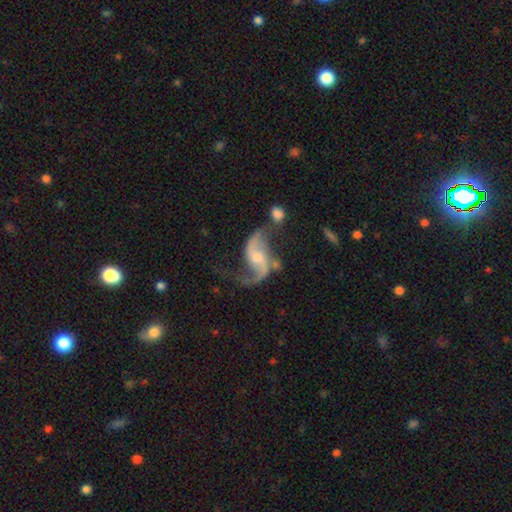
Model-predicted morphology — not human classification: Smooth or featured: featured or disk — 89% (star or artifact — 6%)
Edge-on disk: no — 97% (yes — 3%)
Bar: no — 44% (weak — 41%)
Spiral arms: yes — 96% (no — 4%)
Spiral winding: loose — 78% (medium — 19%)
Spiral arm count: 2 — 91% (1 — 4%)
Bulge size: moderate — 48% (small — 40%)
Merging: none — 52% (minor disturbance — 18%)